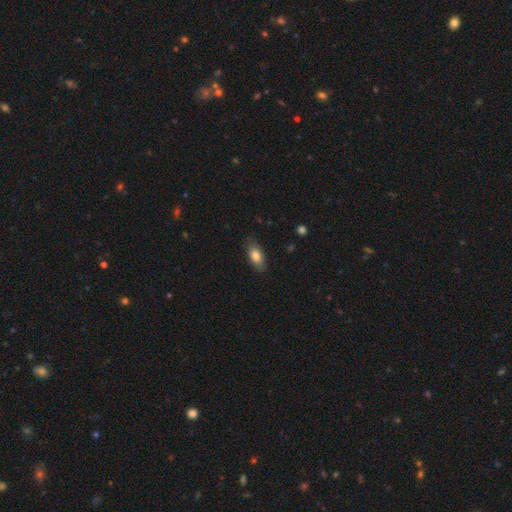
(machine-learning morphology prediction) Q: Smooth or featured?
A: smooth (82%); runner-up: featured or disk (11%)
Q: How rounded?
A: in between (86%); runner-up: cigar-shaped (10%)
Q: Merging?
A: none (81%); runner-up: minor disturbance (14%)